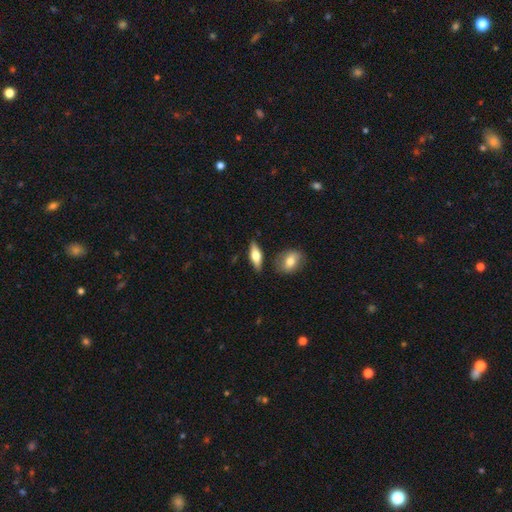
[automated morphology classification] Overall: smooth (56%; featured or disk 37%). How rounded: in between (59%; cigar-shaped 37%). Merging: none (80%).